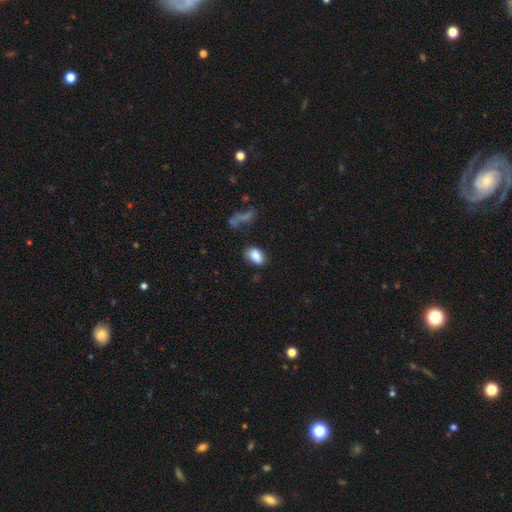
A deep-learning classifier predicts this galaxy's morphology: Smooth or featured?
  - smooth: 85% *
  - star or artifact: 8%
  - featured or disk: 7%
How rounded?
  - in between: 90% *
  - round: 8%
  - cigar-shaped: 3%
Merging?
  - none: 68% *
  - minor disturbance: 20%
  - major disturbance: 6%
  - merger: 6%